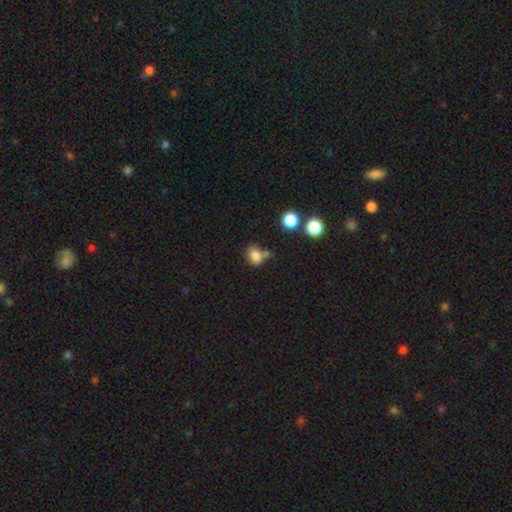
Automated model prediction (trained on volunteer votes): smooth 80%, star or artifact 12%, featured or disk 8%. Down the decision tree: how rounded — in between (58%); merging — none (49%).